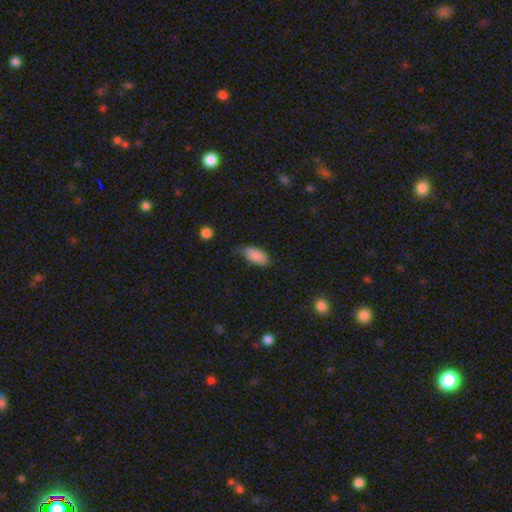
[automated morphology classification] smooth_or_featured: smooth (p=0.86) [alt: star or artifact p=0.07]
how_rounded: in between (p=0.91) [alt: cigar-shaped p=0.07]
merging: none (p=0.53) [alt: minor disturbance p=0.37]